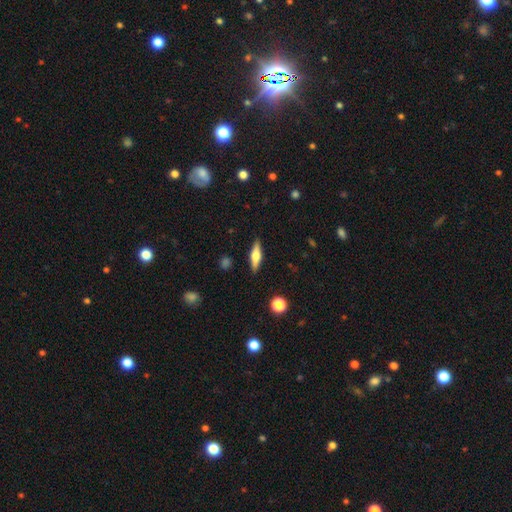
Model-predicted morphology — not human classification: Smooth or featured: featured or disk — 54% (smooth — 40%)
Edge-on disk: yes — 95% (no — 5%)
Edge-on bulge: rounded — 91% (boxy — 7%)
Merging: none — 89% (minor disturbance — 8%)